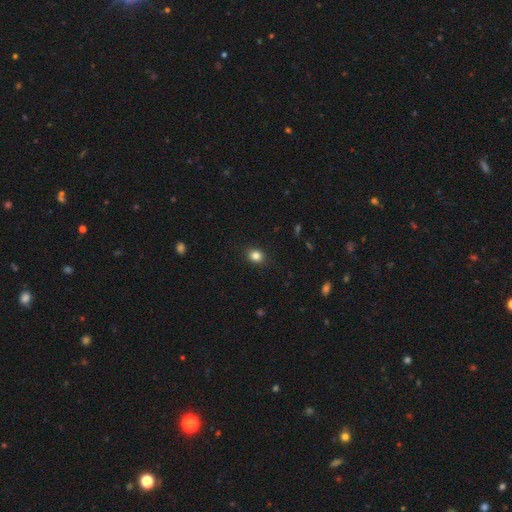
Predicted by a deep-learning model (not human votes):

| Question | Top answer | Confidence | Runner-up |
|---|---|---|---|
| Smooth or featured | smooth | 84% | star or artifact (11%) |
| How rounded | round | 70% | in between (29%) |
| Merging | none | 90% | minor disturbance (7%) |